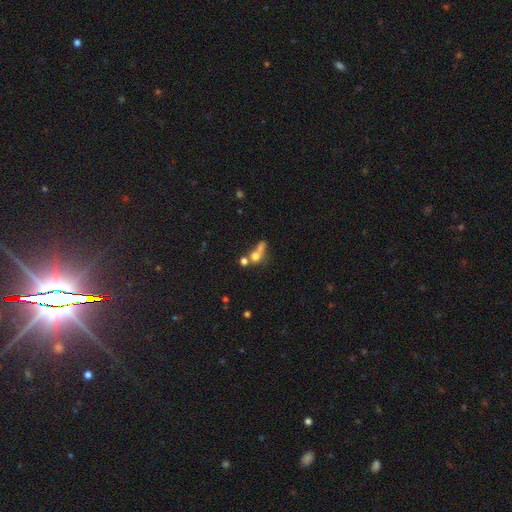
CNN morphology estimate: A smooth galaxy with no disk features (60%) that is round (46%). Merging: merger (42%).